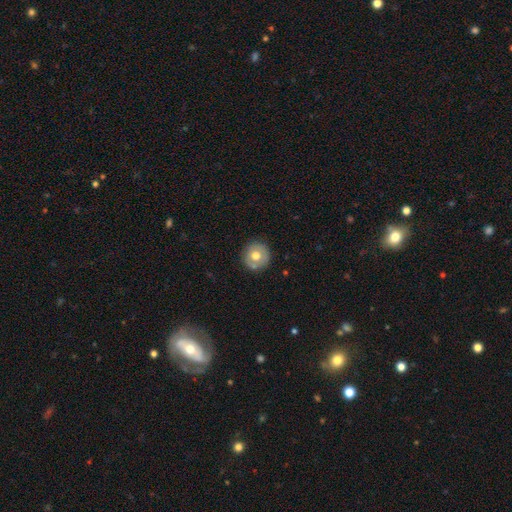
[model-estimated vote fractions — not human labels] The model was most divided on "smooth or featured": smooth: 64%, featured or disk: 27%, star or artifact: 8%. More confident: how rounded — round (94%); merging — none (85%).